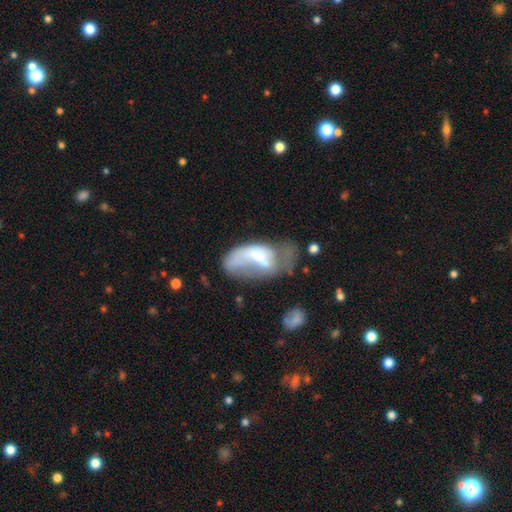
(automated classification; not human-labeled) A featured or disk galaxy (51%). Merging: major disturbance (39%).